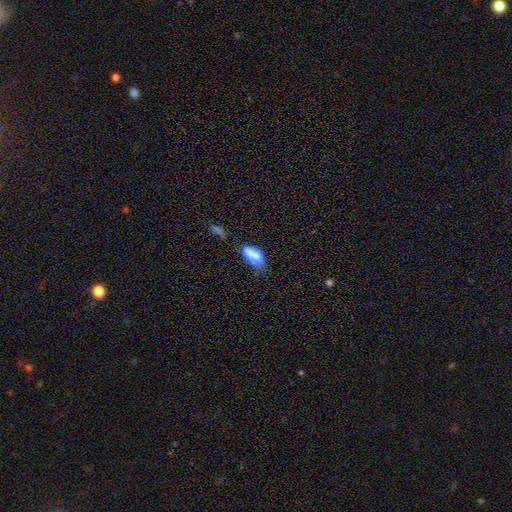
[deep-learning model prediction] Smooth or featured?
  - smooth: 66% *
  - featured or disk: 24%
  - star or artifact: 10%
How rounded?
  - in between: 80% *
  - cigar-shaped: 13%
  - round: 7%
Merging?
  - merger: 32% * (tied)
  - none: 32% * (tied)
  - minor disturbance: 22%
  - major disturbance: 14%